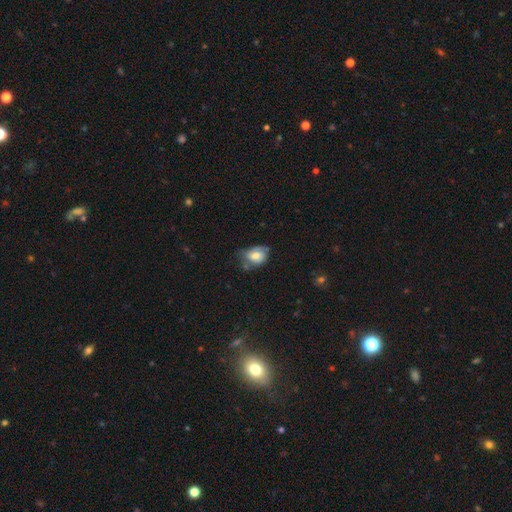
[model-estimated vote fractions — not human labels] The model was most divided on "merging": none: 39%, minor disturbance: 37%, major disturbance: 16%, merger: 7%. More confident: how rounded — in between (67%); smooth or featured — smooth (60%).